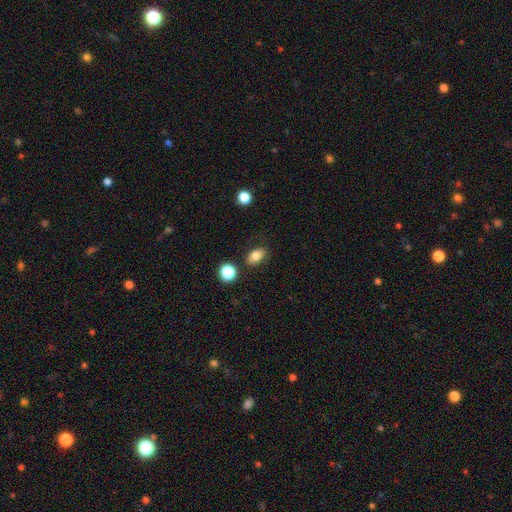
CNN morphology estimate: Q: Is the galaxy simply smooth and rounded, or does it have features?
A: smooth — 80%.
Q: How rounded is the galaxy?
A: in between — 83%.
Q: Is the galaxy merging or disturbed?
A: none — 81%.